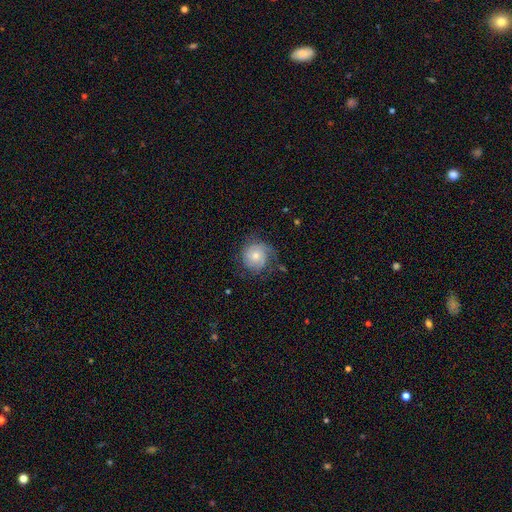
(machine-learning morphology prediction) Q: Smooth or featured?
A: featured or disk (59%); runner-up: smooth (34%)
Q: Edge-on disk?
A: no (98%); runner-up: yes (2%)
Q: Bar?
A: no (80%); runner-up: weak (17%)
Q: Spiral arms?
A: yes (85%); runner-up: no (15%)
Q: Bulge size?
A: moderate (51%); runner-up: small (43%)
Q: Merging?
A: none (63%); runner-up: minor disturbance (23%)